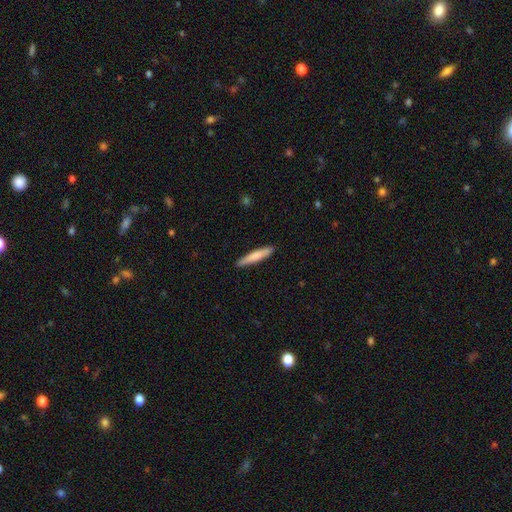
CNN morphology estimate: A smooth galaxy with no disk features (75%) that is cigar-shaped (92%).

Vote fractions:
- Smooth or featured? smooth: 75% / featured or disk: 20% / star or artifact: 5%
- How rounded? cigar-shaped: 92% / in between: 7% / round: 1%
- Merging? none: 88% / minor disturbance: 9% / major disturbance: 2% / merger: 1%